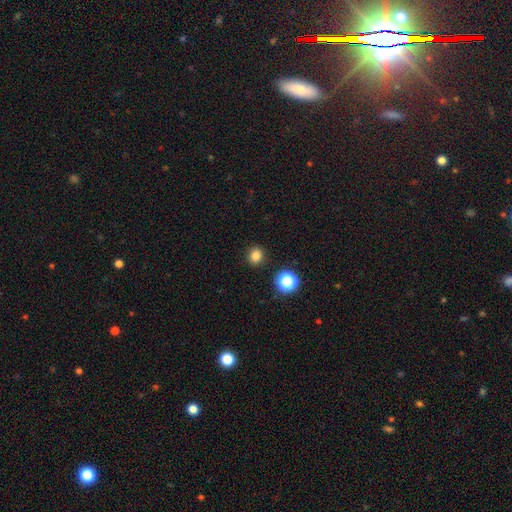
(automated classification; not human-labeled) Q: Smooth or featured?
A: smooth (81%); runner-up: star or artifact (15%)
Q: How rounded?
A: round (80%); runner-up: in between (19%)
Q: Merging?
A: none (90%); runner-up: minor disturbance (6%)